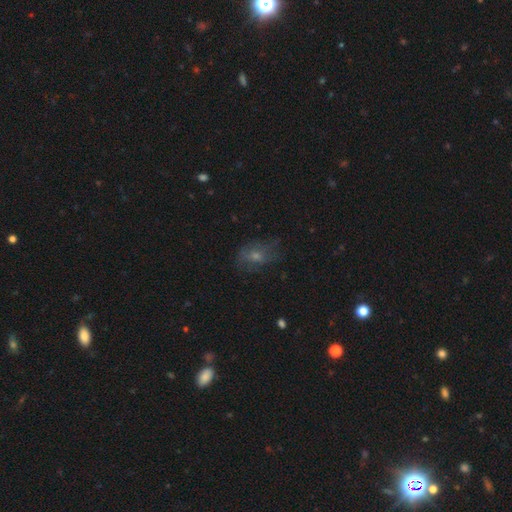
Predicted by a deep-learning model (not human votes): smooth 42%, featured or disk 35%, star or artifact 22%. Down the decision tree: merging — none (65%).